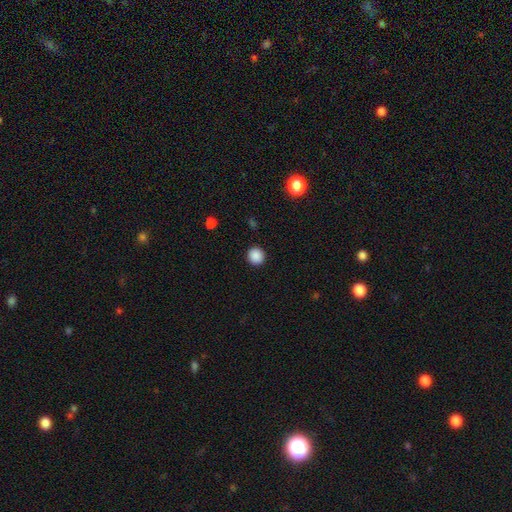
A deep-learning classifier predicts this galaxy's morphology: smooth_or_featured: smooth (p=0.88) [alt: star or artifact p=0.10]
how_rounded: round (p=0.94) [alt: in between p=0.05]
merging: none (p=0.93) [alt: minor disturbance p=0.04]